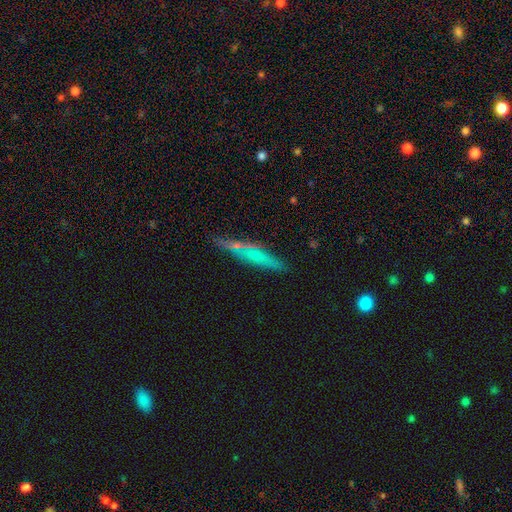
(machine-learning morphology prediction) A smooth galaxy with no disk features (51%) that is cigar-shaped (82%). Merging: none (77%).